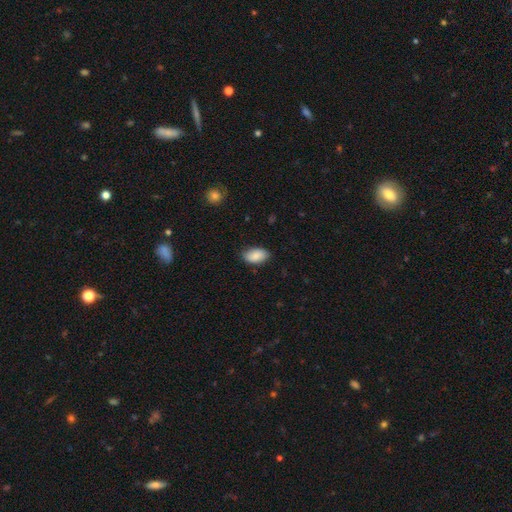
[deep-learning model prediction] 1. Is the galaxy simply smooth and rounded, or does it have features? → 86% smooth, 7% featured or disk, 7% star or artifact.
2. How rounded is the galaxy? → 93% in between, 5% round, 2% cigar-shaped.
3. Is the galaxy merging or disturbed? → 81% none, 16% minor disturbance, 3% major disturbance, 1% merger.